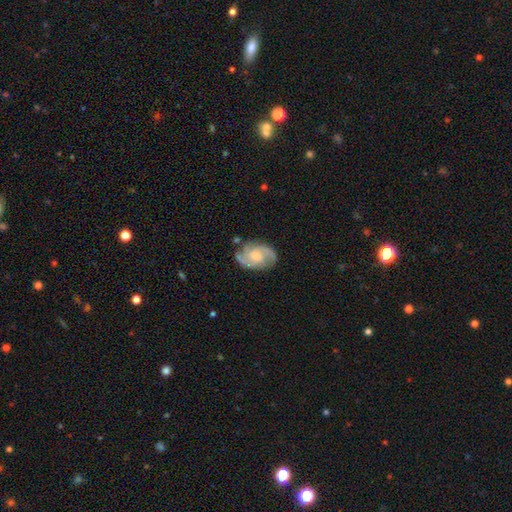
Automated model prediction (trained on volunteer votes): Smooth or featured?
  - featured or disk: 82% *
  - smooth: 12%
  - star or artifact: 6%
Edge-on disk?
  - no: 97% *
  - yes: 3%
Bar?
  - no: 55% *
  - weak: 39%
  - strong: 6%
Spiral arms?
  - yes: 96% *
  - no: 4%
Spiral winding?
  - medium: 50% *
  - tight: 36%
  - loose: 15%
Spiral arm count?
  - 2: 63% *
  - 3: 20%
  - can't tell: 9%
  - 4: 3%
  - 1: 3%
  - more than 4: 2%
Bulge size?
  - moderate: 55% *
  - small: 36%
  - large: 4%
  - none: 4%
  - dominant: 1%
Merging?
  - none: 77% *
  - minor disturbance: 17%
  - major disturbance: 5%
  - merger: 2%